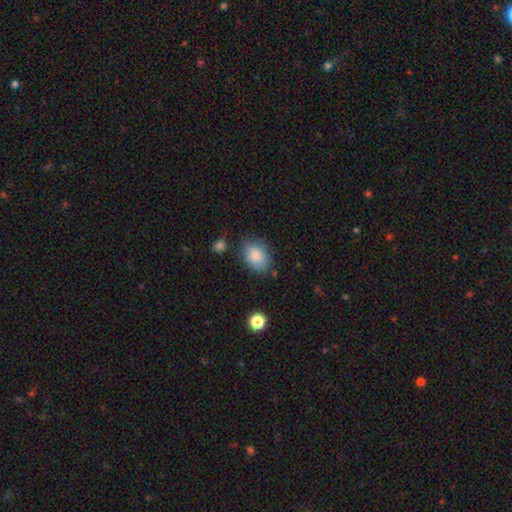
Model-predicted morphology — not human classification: smooth_or_featured: smooth (p=0.86) [alt: star or artifact p=0.07]
how_rounded: in between (p=0.75) [alt: round p=0.24]
merging: none (p=0.74) [alt: minor disturbance p=0.17]